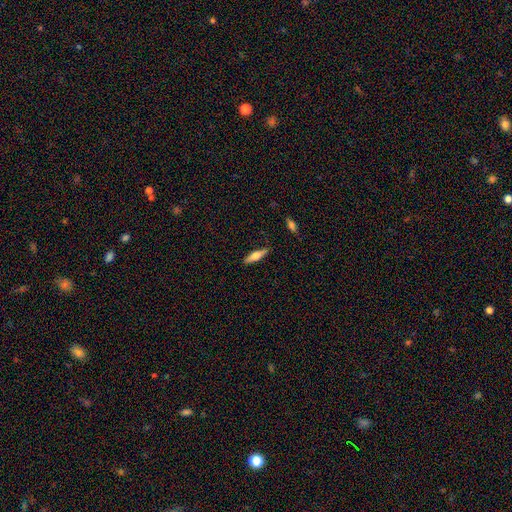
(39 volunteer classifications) Smooth or featured?
  - featured or disk: 51% *
  - smooth: 44%
  - star or artifact: 5%
Edge-on disk?
  - yes: 90% *
  - no: 10%
Edge-on bulge?
  - rounded: 89% *
  - boxy: 11%
  - none: 0%
Merging?
  - none: 78% *
  - minor disturbance: 19%
  - merger: 3%
  - major disturbance: 0%